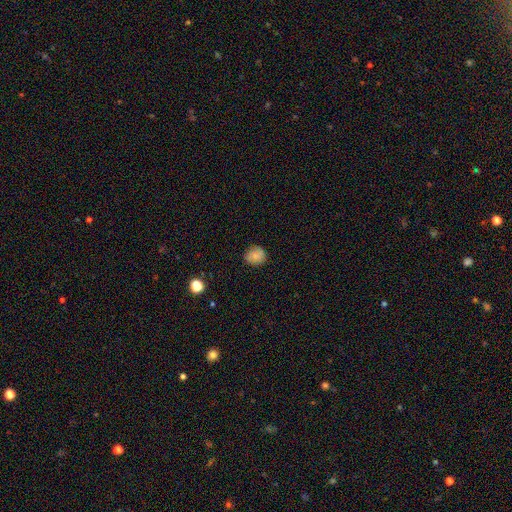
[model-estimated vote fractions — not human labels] Q: Smooth or featured?
A: smooth (83%); runner-up: star or artifact (10%)
Q: How rounded?
A: round (75%); runner-up: in between (24%)
Q: Merging?
A: none (81%); runner-up: minor disturbance (15%)